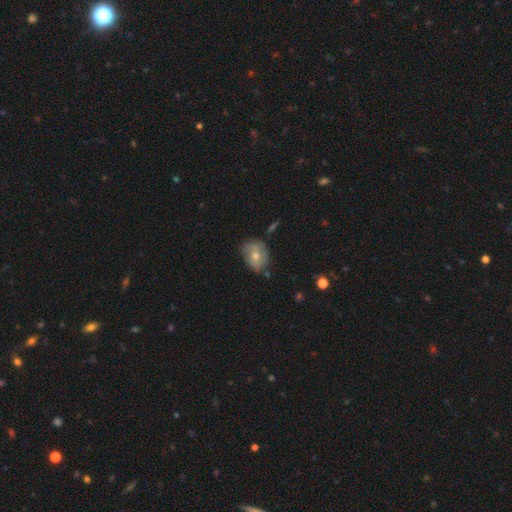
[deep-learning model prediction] Morphology: type=smooth (59%); roundness=in between (55%); merging=none (61%).